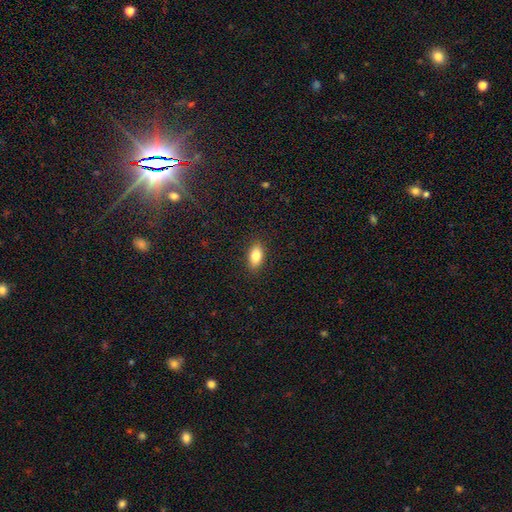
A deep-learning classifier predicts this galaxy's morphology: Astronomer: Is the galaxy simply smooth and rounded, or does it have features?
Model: smooth — 82%.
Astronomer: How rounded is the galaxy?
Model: in between — 88%.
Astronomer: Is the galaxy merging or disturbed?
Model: none — 89%.